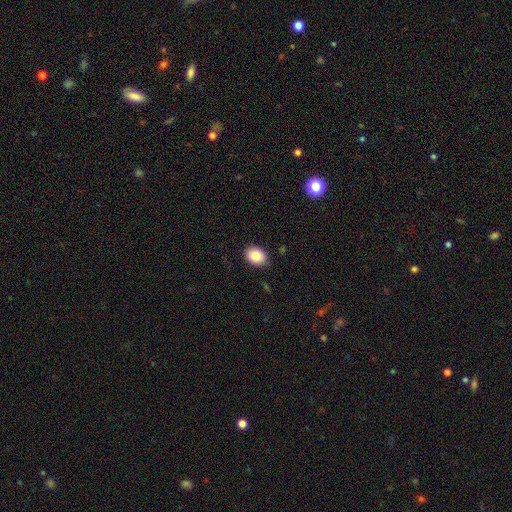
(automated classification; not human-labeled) smooth 85%, star or artifact 8%, featured or disk 7%. Down the decision tree: how rounded — in between (63%); merging — none (85%).